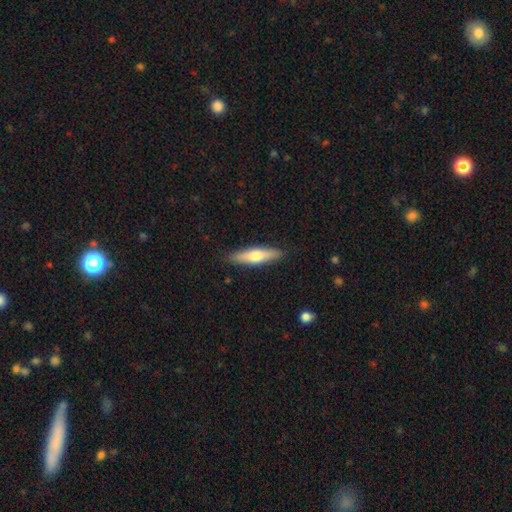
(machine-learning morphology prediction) smooth_or_featured: smooth (p=0.59) [alt: featured or disk p=0.35]
how_rounded: cigar-shaped (p=0.71) [alt: in between p=0.27]
merging: none (p=0.89) [alt: minor disturbance p=0.08]